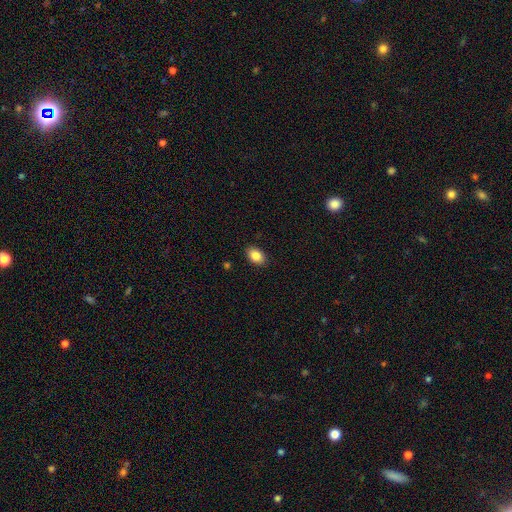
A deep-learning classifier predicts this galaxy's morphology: Overall: smooth (86%). How rounded: in between (85%). Merging: none (88%).